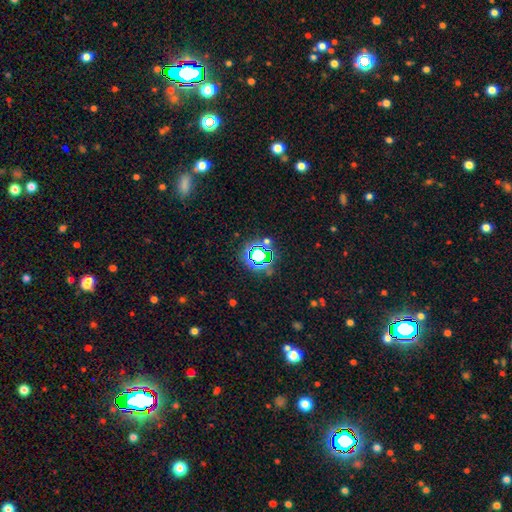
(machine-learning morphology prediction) This appears to be a star or artifact, not a galaxy (63%).